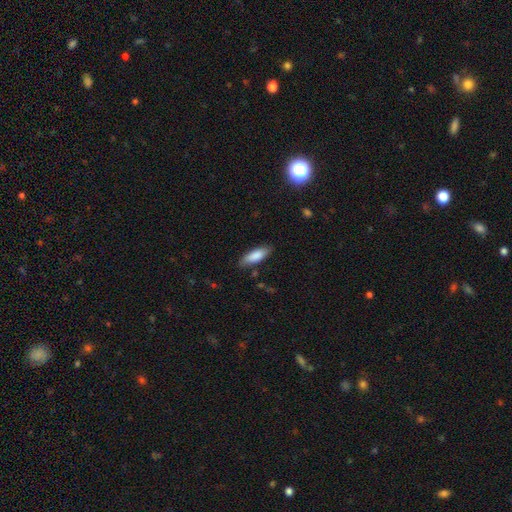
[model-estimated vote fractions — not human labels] Q: Smooth or featured?
A: smooth (85%); runner-up: featured or disk (9%)
Q: How rounded?
A: in between (62%); runner-up: cigar-shaped (36%)
Q: Merging?
A: none (83%); runner-up: minor disturbance (13%)